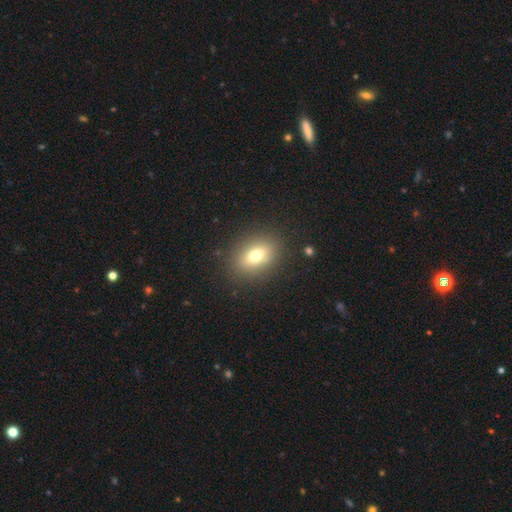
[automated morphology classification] Smooth or featured: smooth — 70% (featured or disk — 19%)
How rounded: in between — 71% (round — 25%)
Merging: none — 86% (minor disturbance — 9%)